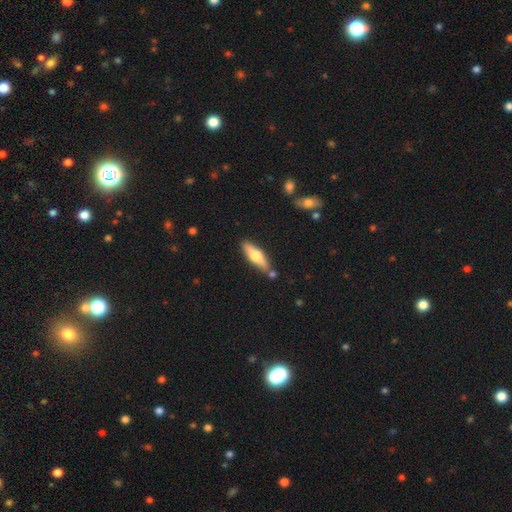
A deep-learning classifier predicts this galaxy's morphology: Smooth or featured: smooth — 50% (featured or disk — 44%)
How rounded: cigar-shaped — 60% (in between — 38%)
Merging: none — 81% (minor disturbance — 11%)